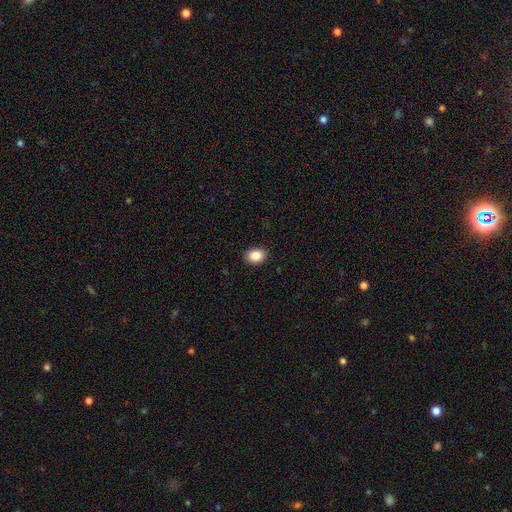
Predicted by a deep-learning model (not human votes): Smooth or featured? Predicted: smooth (p=0.86). How rounded? Predicted: in between (p=0.59). Merging? Predicted: none (p=0.90).